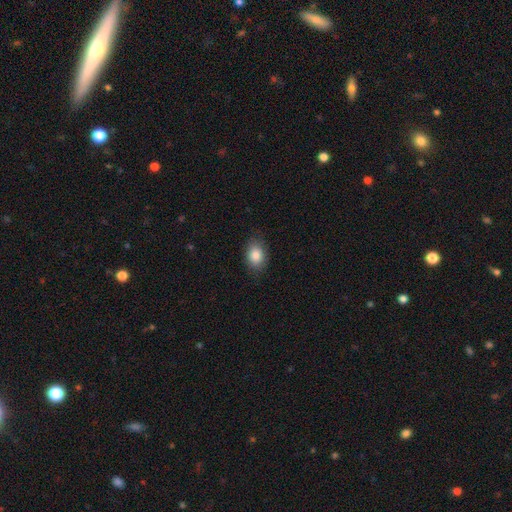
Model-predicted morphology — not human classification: smooth-or-featured: smooth: 86% | star or artifact: 8% | featured or disk: 6%
  how-rounded: in between: 76% | round: 23% | cigar-shaped: 1%
  merging: none: 82% | minor disturbance: 14% | major disturbance: 3% | merger: 1%